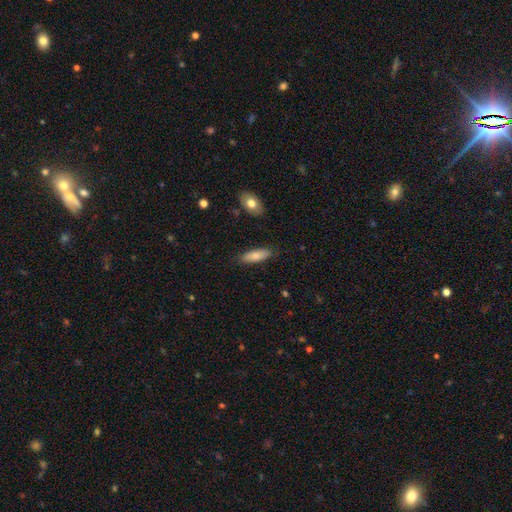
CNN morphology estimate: A smooth galaxy with no disk features (79%) that is in between round and cigar-shaped (58%). Merging: none (84%).